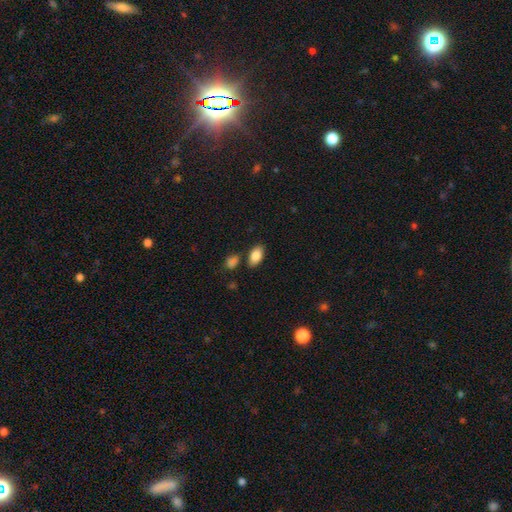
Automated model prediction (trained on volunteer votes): Smooth or featured: smooth — 84% (featured or disk — 9%)
How rounded: in between — 92% (round — 5%)
Merging: none — 81% (minor disturbance — 11%)